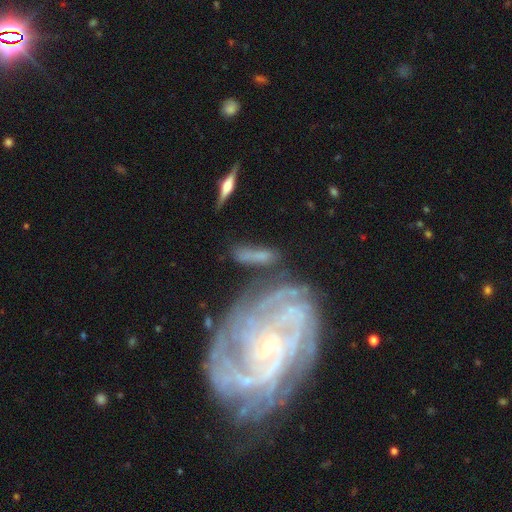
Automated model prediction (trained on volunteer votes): smooth-or-featured: featured or disk: 47% | smooth: 42% | star or artifact: 11%
  merging: none: 59% | minor disturbance: 20% | merger: 11% | major disturbance: 10%